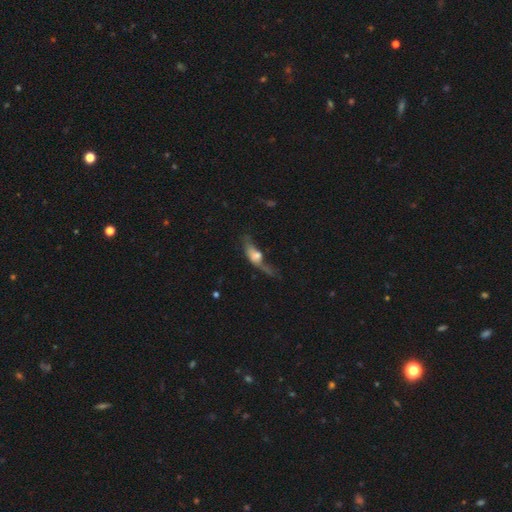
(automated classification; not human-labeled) This is possibly a smooth galaxy (49%). Merging: marginally major disturbance (45%).